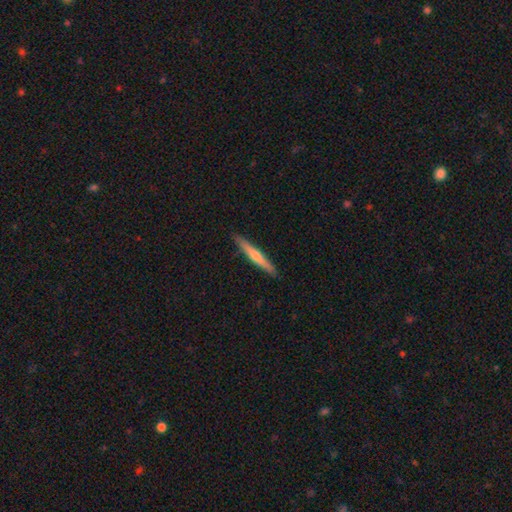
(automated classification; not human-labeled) A featured or disk galaxy (49%).

Vote fractions:
- Smooth or featured? featured or disk: 49% / smooth: 45% / star or artifact: 6%
- Merging? none: 91% / minor disturbance: 6% / major disturbance: 1% / merger: 1%